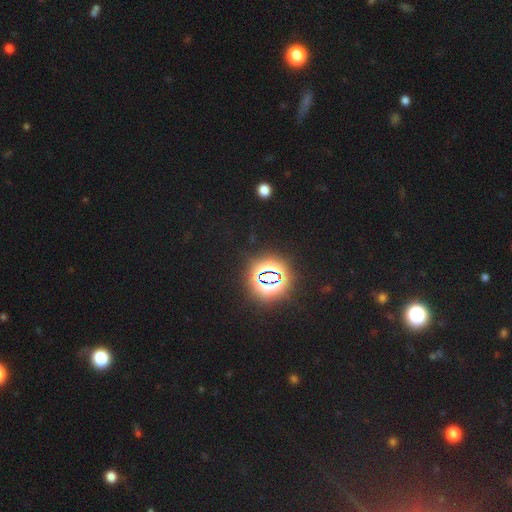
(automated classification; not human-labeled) star or artifact 77%, smooth 17%, featured or disk 6%.